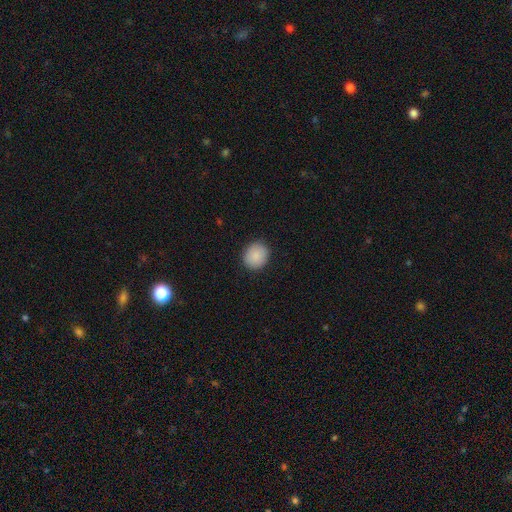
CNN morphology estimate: A smooth galaxy with no disk features (89%) that is round (73%).

Vote fractions:
- Smooth or featured? smooth: 89% / star or artifact: 8% / featured or disk: 4%
- How rounded? round: 73% / in between: 26% / cigar-shaped: 1%
- Merging? none: 88% / minor disturbance: 9% / major disturbance: 2% / merger: 1%